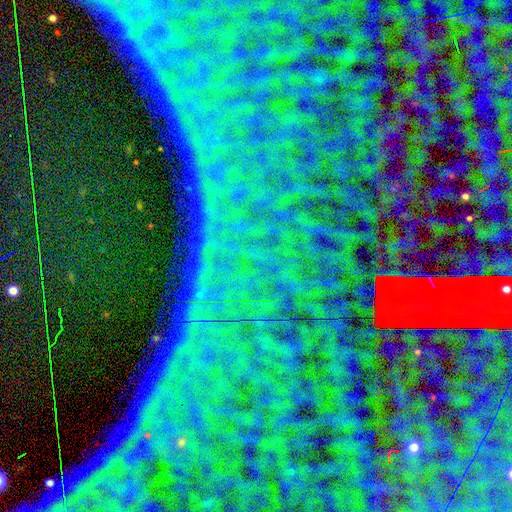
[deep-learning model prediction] This is clearly a star or artifact rather than a galaxy (87%).